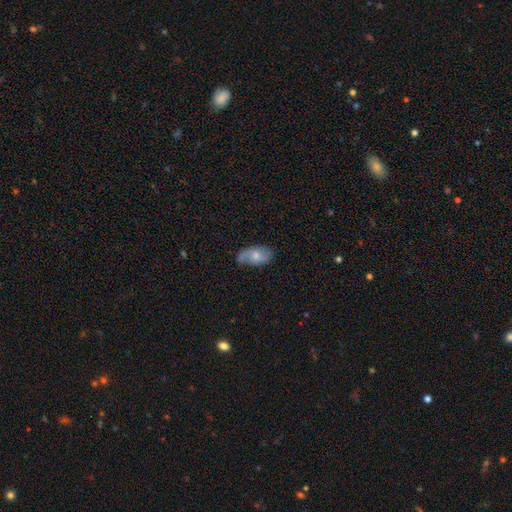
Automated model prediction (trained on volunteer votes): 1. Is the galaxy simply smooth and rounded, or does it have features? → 49% smooth, 45% featured or disk, 7% star or artifact.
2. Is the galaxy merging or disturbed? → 69% none, 24% minor disturbance, 6% major disturbance, 2% merger.